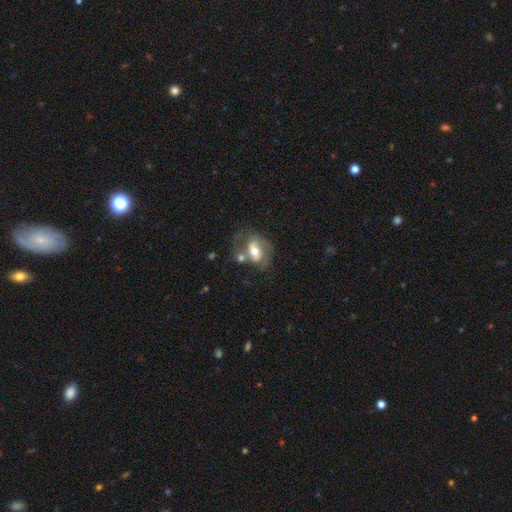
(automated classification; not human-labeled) A featured or disk galaxy (65%) with a weak bar (39%), spiral arms (74%) and a moderate central bulge (68%).

Vote fractions:
- Smooth or featured? featured or disk: 65% / smooth: 26% / star or artifact: 9%
- Edge-on disk? no: 95% / yes: 5%
- Bar? weak: 39% / no: 36% / strong: 26%
- Spiral arms? yes: 74% / no: 26%
- Bulge size? moderate: 68% / small: 18% / large: 11% / none: 2% / dominant: 2%
- Merging? none: 45% / merger: 23% / minor disturbance: 18% / major disturbance: 14%